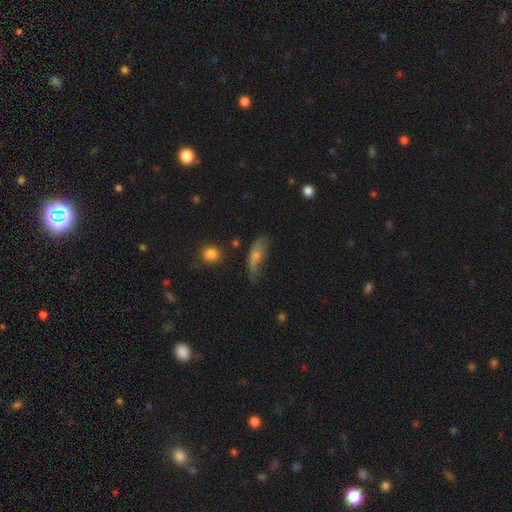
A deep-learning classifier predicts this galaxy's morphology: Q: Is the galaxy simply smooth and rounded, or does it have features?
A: smooth — 54%.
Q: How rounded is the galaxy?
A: in between — 63%.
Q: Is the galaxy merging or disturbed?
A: none — 45%.